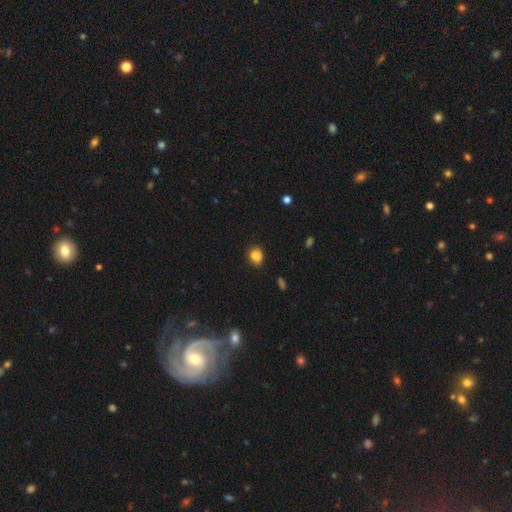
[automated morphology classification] Overall: smooth (83%). How rounded: round (58%; in between 40%). Merging: none (73%).